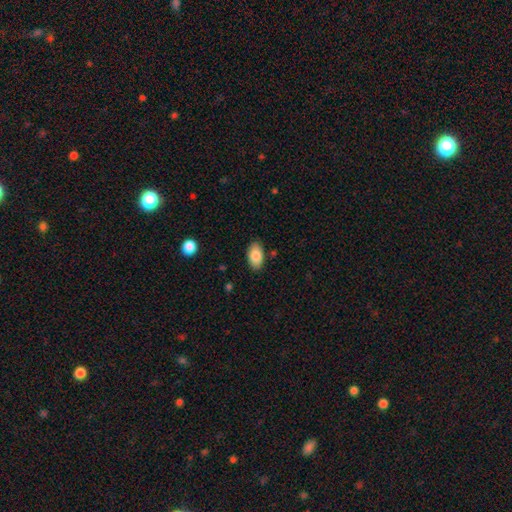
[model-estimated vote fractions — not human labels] smooth 85%, featured or disk 8%, star or artifact 7%. Down the decision tree: how rounded — in between (94%); merging — none (87%).